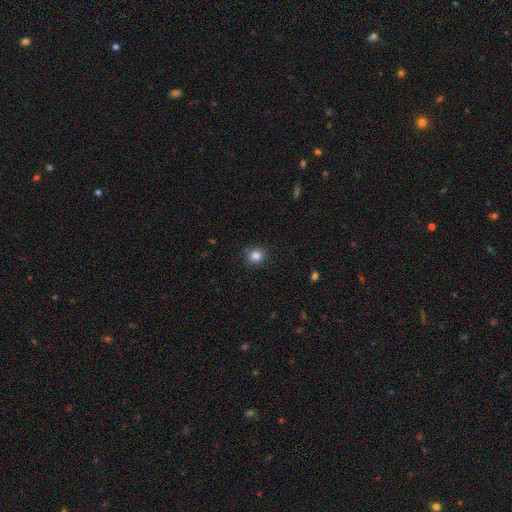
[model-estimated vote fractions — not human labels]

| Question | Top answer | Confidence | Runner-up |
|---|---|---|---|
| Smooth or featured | smooth | 84% | star or artifact (12%) |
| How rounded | round | 86% | in between (13%) |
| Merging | none | 87% | minor disturbance (9%) |